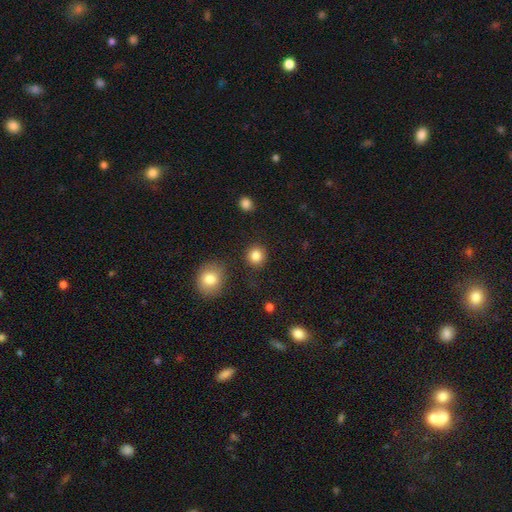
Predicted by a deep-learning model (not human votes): Overall: smooth (86%). How rounded: round (90%). Merging: none (88%).